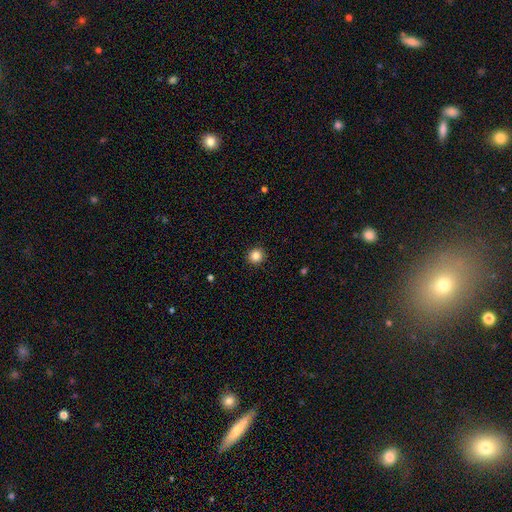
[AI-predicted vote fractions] smooth_or_featured: smooth (p=0.85) [alt: star or artifact p=0.11]
how_rounded: round (p=0.94) [alt: in between p=0.05]
merging: none (p=0.92) [alt: minor disturbance p=0.05]